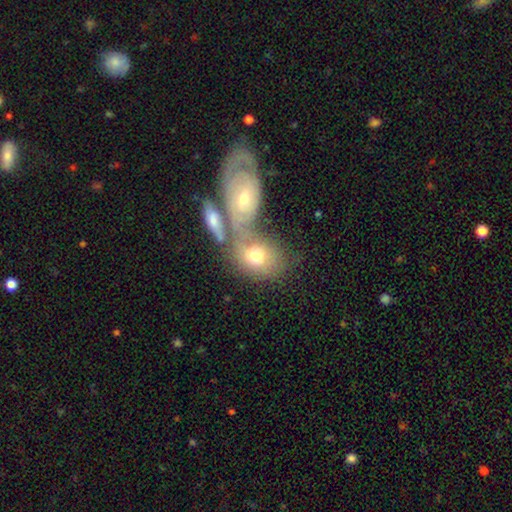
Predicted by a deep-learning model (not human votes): smooth-or-featured: smooth: 60% | featured or disk: 31% | star or artifact: 9%
  how-rounded: in between: 63% | round: 34% | cigar-shaped: 3%
  merging: merger: 57% | none: 27% | minor disturbance: 9% | major disturbance: 7%